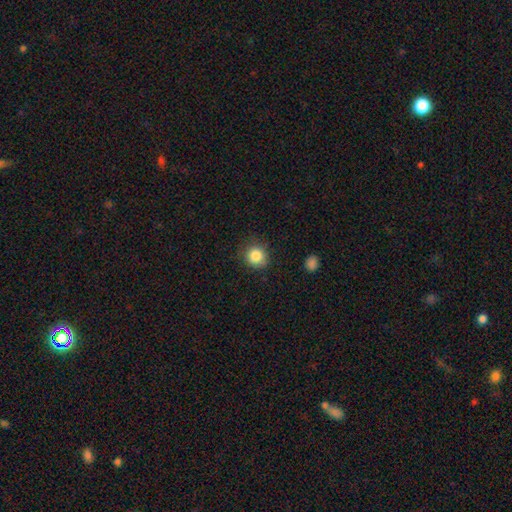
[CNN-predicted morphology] Smooth or featured? smooth (85%)
How rounded? round (89%)
Merging? none (84%)